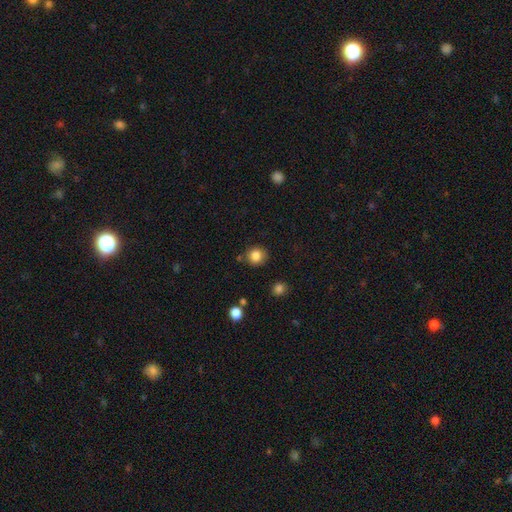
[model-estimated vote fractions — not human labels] Smooth or featured? smooth (83%)
How rounded? round (86%)
Merging? none (83%)